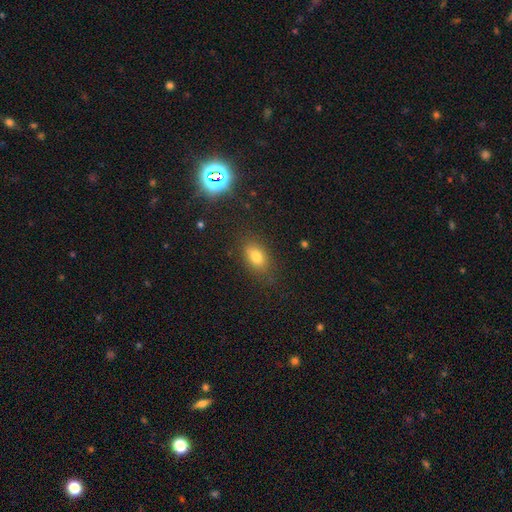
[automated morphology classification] A smooth galaxy with no disk features (76%) that is in between round and cigar-shaped (83%). Merging: none (82%).